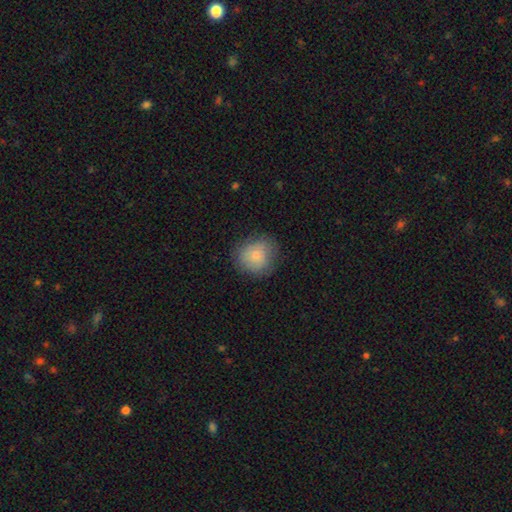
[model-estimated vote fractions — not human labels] The model was most divided on "merging": none: 76%, minor disturbance: 17%, major disturbance: 6%, merger: 1%. More confident: how rounded — round (83%); smooth or featured — smooth (79%).